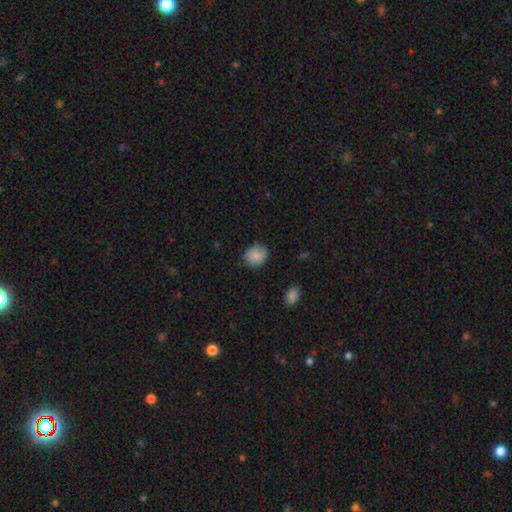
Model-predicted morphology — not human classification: Smooth or featured: smooth — 85% (star or artifact — 8%)
How rounded: round — 73% (in between — 26%)
Merging: none — 79% (minor disturbance — 17%)